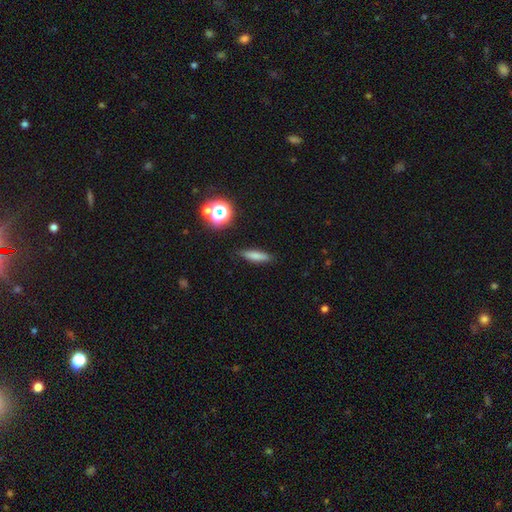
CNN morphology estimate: Smooth or featured? Predicted: smooth (p=0.75). How rounded? Predicted: cigar-shaped (p=0.73). Merging? Predicted: none (p=0.86).